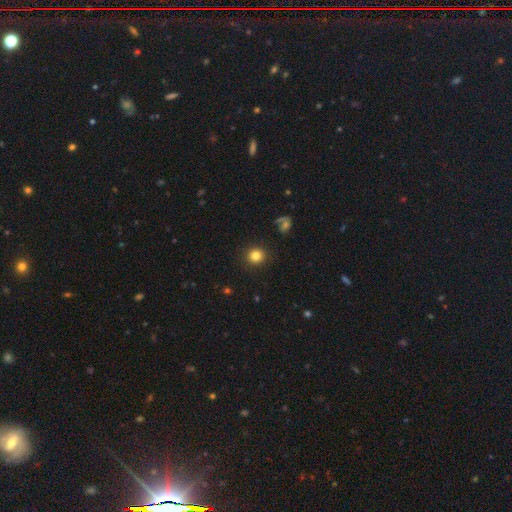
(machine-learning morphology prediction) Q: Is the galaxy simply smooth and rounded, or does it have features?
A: smooth — 82%.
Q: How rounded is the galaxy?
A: round — 92%.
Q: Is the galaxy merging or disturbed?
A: none — 91%.